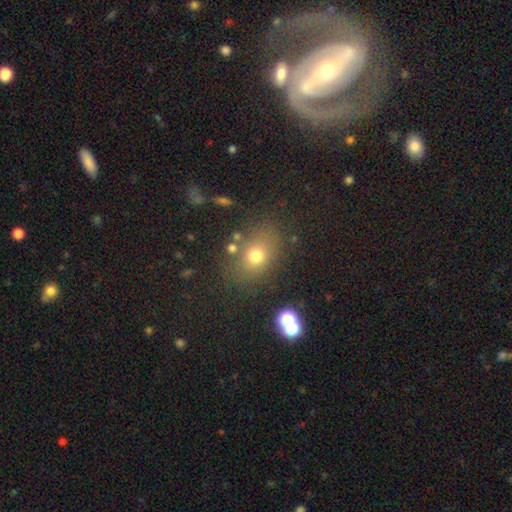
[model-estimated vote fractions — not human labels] smooth_or_featured: smooth (p=0.70) [alt: star or artifact p=0.18]
how_rounded: in between (p=0.54) [alt: round p=0.45]
merging: none (p=0.75) [alt: minor disturbance p=0.13]